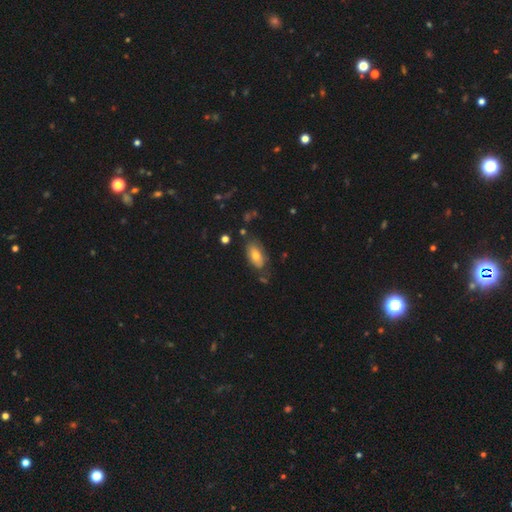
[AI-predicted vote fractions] This appears to be a smooth galaxy with no disk features (69%) that is in between round and cigar-shaped (91%). Merging: none (67%).